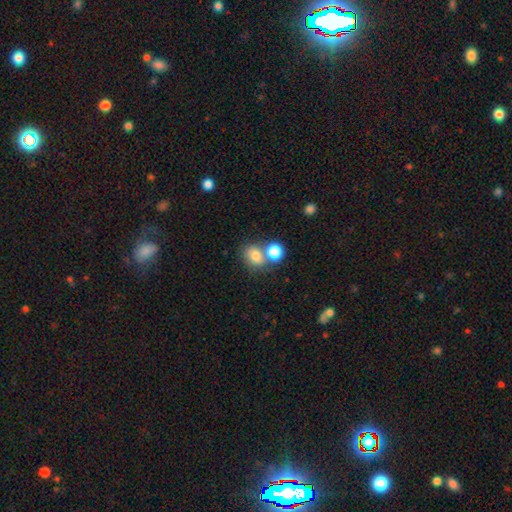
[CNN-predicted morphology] smooth_or_featured: smooth (p=0.78) [alt: star or artifact p=0.11]
how_rounded: in between (p=0.51) [alt: round p=0.47]
merging: none (p=0.44) [alt: merger p=0.39]